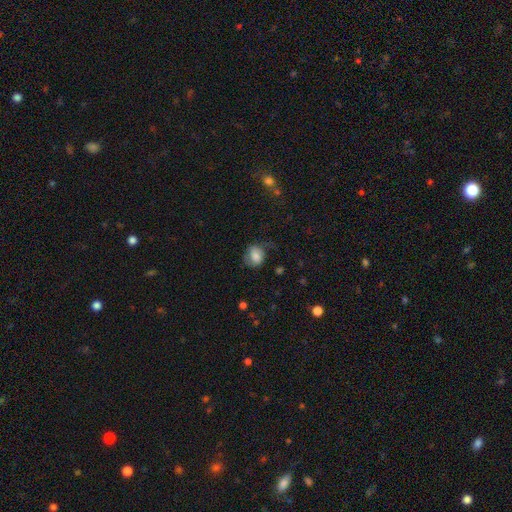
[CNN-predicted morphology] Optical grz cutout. It shows a smooth galaxy with no disk features (70%) that is round (56%). Merging: none (56%).